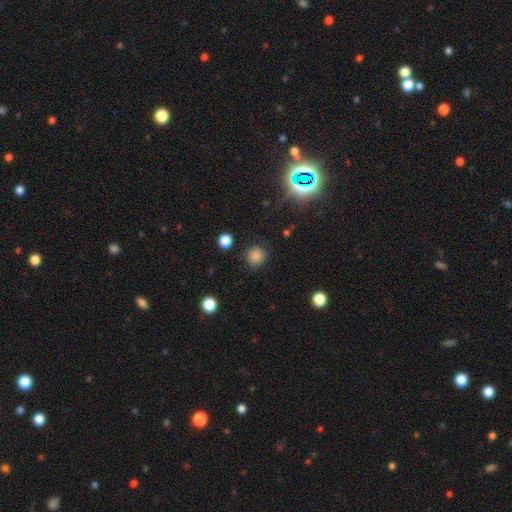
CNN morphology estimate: smooth-or-featured: smooth: 81% | star or artifact: 15% | featured or disk: 4%
  how-rounded: round: 90% | in between: 9% | cigar-shaped: 1%
  merging: none: 87% | minor disturbance: 8% | major disturbance: 3% | merger: 2%